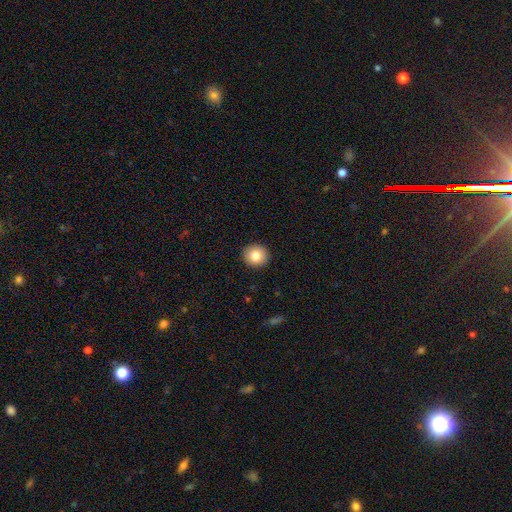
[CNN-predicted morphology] This is clearly a smooth galaxy (82%). How rounded: clearly round (93%). Merging: clearly none (93%).